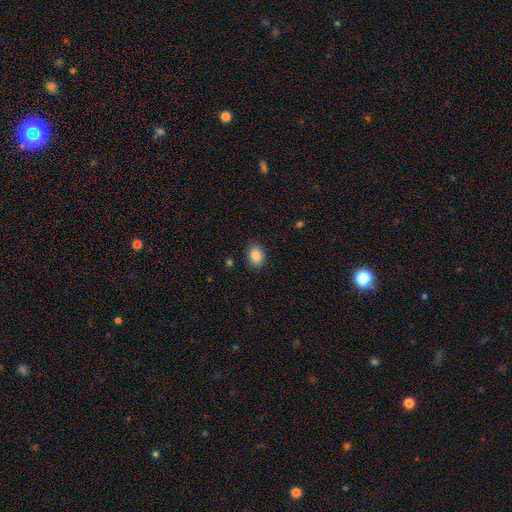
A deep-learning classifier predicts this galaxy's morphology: type=smooth (88%); roundness=in between (75%); merging=none (88%).